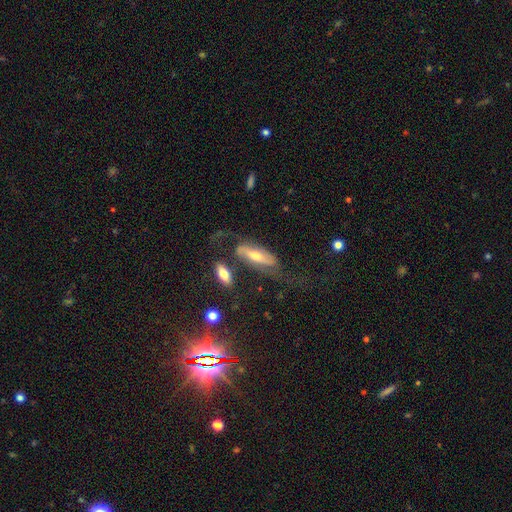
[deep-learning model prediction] Overall: featured or disk (68%). Edge-on disk: no (77%). Bar: no (37%; strong 33%). Spiral arms: yes (83%). Bulge size: moderate (59%; small 31%). Merging: none (49%; major disturbance 25%).